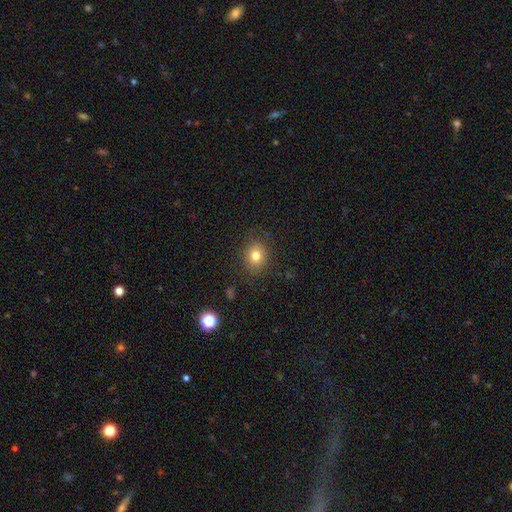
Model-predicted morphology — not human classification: Smooth or featured? smooth (79%)
How rounded? round (66%)
Merging? none (85%)